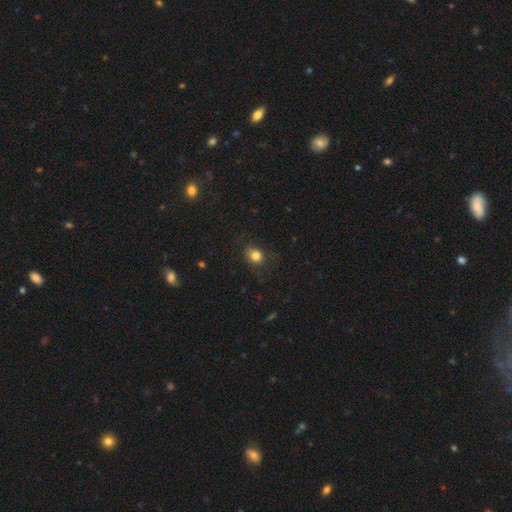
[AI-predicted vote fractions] A smooth galaxy with no disk features (81%) that is round (65%).

Vote fractions:
- Smooth or featured? smooth: 81% / star or artifact: 12% / featured or disk: 6%
- How rounded? round: 65% / in between: 34% / cigar-shaped: 1%
- Merging? none: 79% / minor disturbance: 15% / major disturbance: 5% / merger: 1%